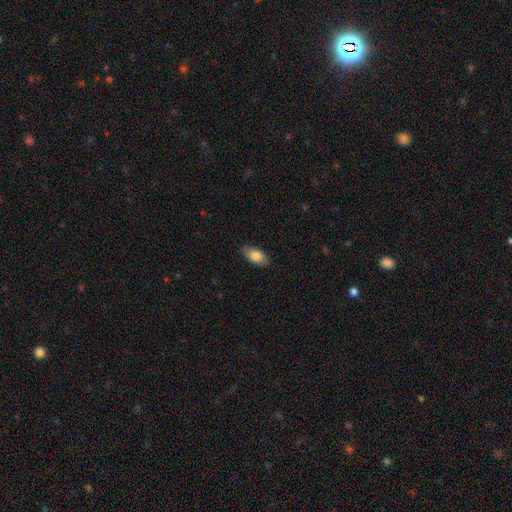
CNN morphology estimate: A smooth galaxy with no disk features (80%) that is in between round and cigar-shaped (90%). Merging: none (81%).